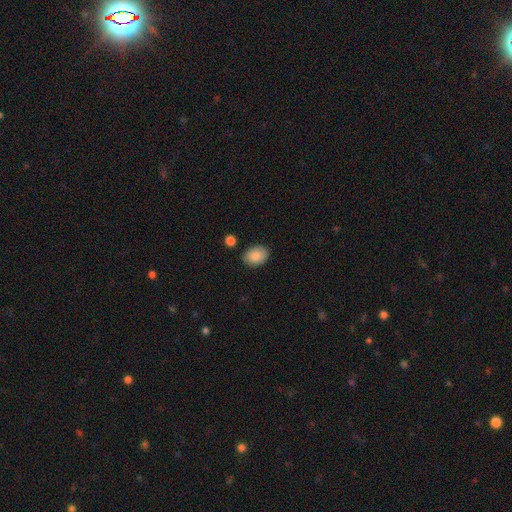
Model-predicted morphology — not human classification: Smooth or featured? Predicted: smooth (p=0.88). How rounded? Predicted: in between (p=0.80). Merging? Predicted: none (p=0.84).